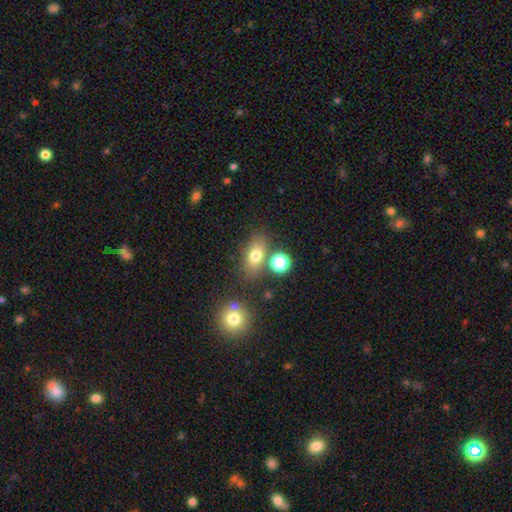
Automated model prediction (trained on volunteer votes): smooth_or_featured: smooth (p=0.71) [alt: featured or disk p=0.15]
how_rounded: in between (p=0.70) [alt: round p=0.23]
merging: none (p=0.71) [alt: minor disturbance p=0.12]